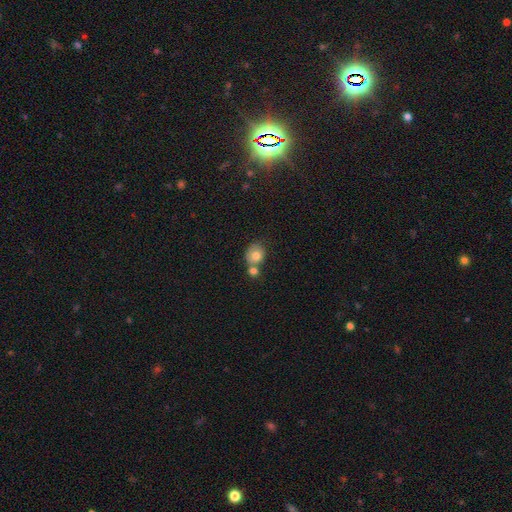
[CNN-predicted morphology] Smooth or featured? smooth (78%)
How rounded? round (70%)
Merging? merger (44%)